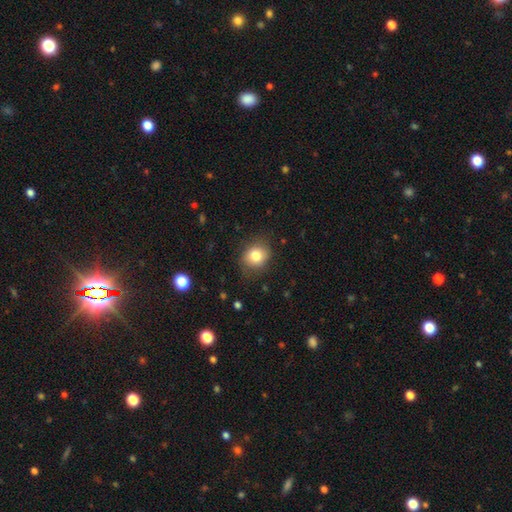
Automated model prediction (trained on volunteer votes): Overall: smooth (81%). How rounded: round (64%; in between 35%). Merging: none (78%).